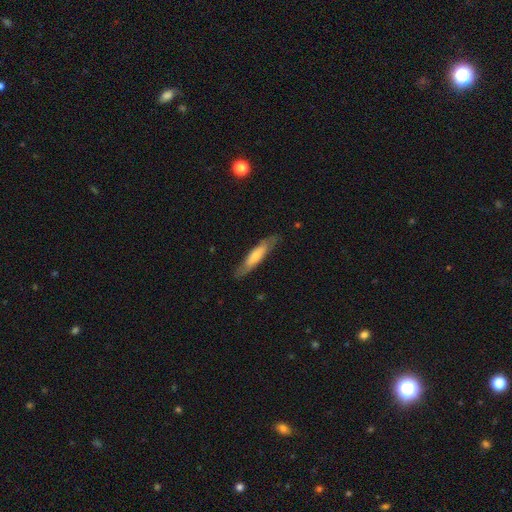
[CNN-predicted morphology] smooth_or_featured: smooth (p=0.59) [alt: featured or disk p=0.35]
how_rounded: cigar-shaped (p=0.79) [alt: in between p=0.20]
merging: none (p=0.79) [alt: minor disturbance p=0.16]